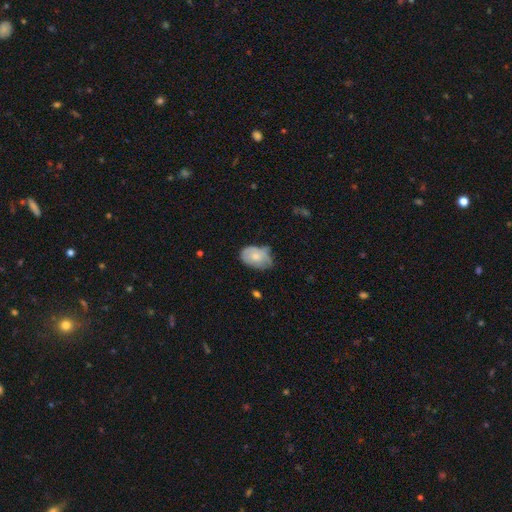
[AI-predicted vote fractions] smooth-or-featured: smooth: 64% | featured or disk: 29% | star or artifact: 7%
  how-rounded: in between: 84% | round: 14% | cigar-shaped: 1%
  merging: minor disturbance: 42% (tied) | none: 42% (tied) | major disturbance: 13% | merger: 3%